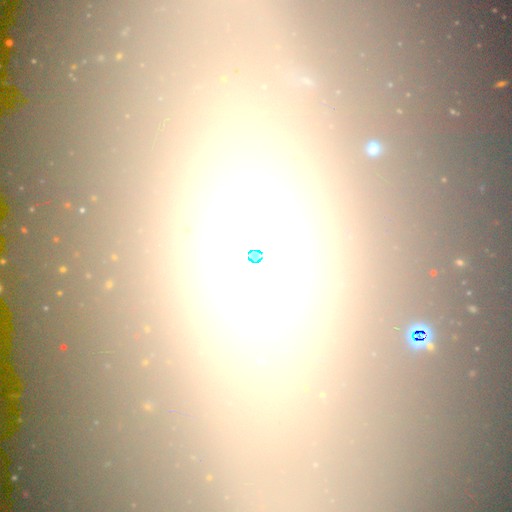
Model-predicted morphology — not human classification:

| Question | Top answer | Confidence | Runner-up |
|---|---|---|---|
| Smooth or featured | star or artifact | 37% | smooth (33%) |